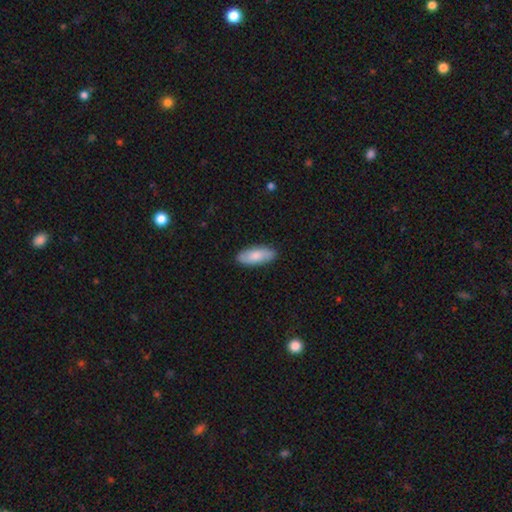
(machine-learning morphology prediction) Smooth or featured? smooth (80%)
How rounded? in between (80%)
Merging? none (88%)